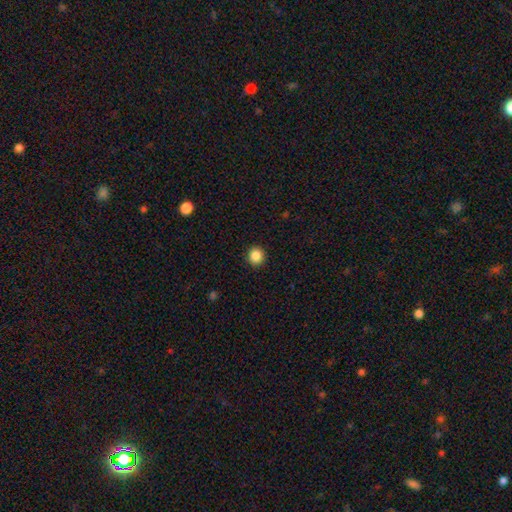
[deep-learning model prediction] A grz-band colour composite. It shows a smooth galaxy with no disk features (87%) that is round (91%). Merging: none (92%).